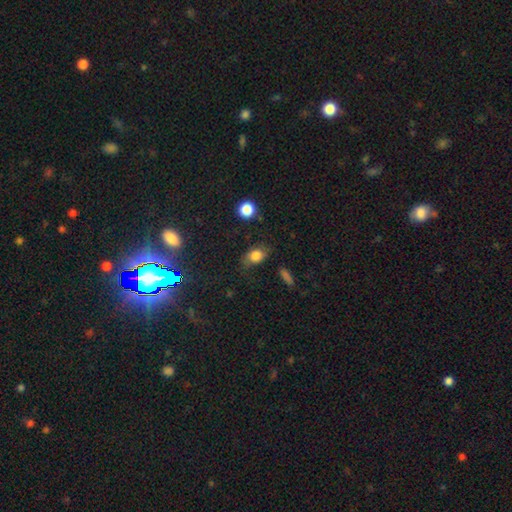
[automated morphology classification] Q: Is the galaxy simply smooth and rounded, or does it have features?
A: smooth — 79%.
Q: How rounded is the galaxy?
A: in between — 73%.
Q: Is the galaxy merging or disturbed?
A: none — 66%.